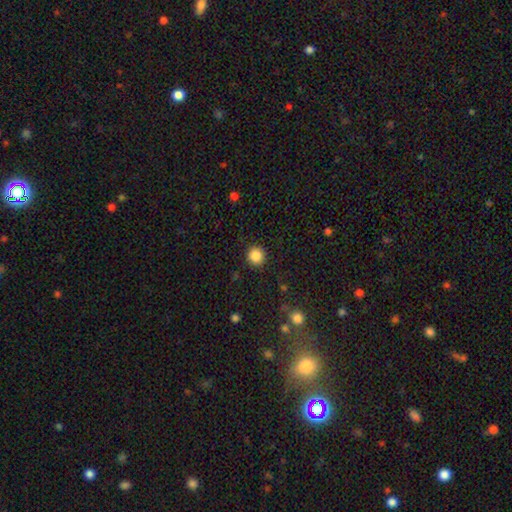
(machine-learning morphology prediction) Smooth or featured?
  - smooth: 86% *
  - star or artifact: 10%
  - featured or disk: 4%
How rounded?
  - round: 94% *
  - in between: 5%
  - cigar-shaped: 1%
Merging?
  - none: 91% *
  - minor disturbance: 5%
  - major disturbance: 2%
  - merger: 1%